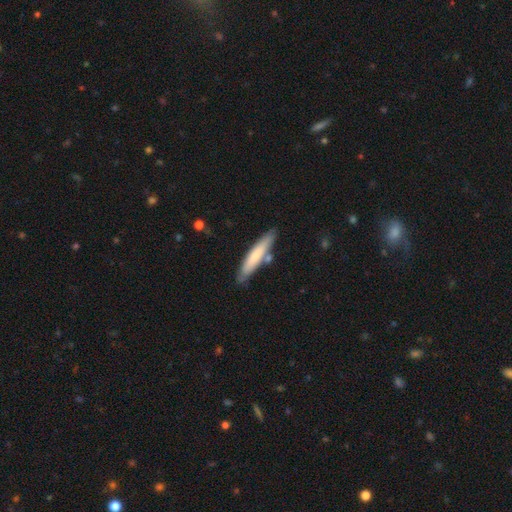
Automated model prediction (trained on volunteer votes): A smooth galaxy with no disk features (69%) that is cigar-shaped (88%).

Vote fractions:
- Smooth or featured? smooth: 69% / featured or disk: 25% / star or artifact: 5%
- How rounded? cigar-shaped: 88% / in between: 10% / round: 1%
- Merging? none: 78% / minor disturbance: 13% / merger: 7% / major disturbance: 2%